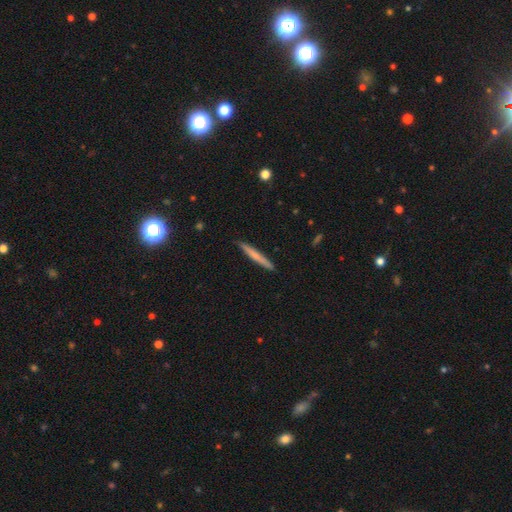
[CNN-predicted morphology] Smooth or featured? smooth (61%)
How rounded? cigar-shaped (96%)
Merging? none (91%)